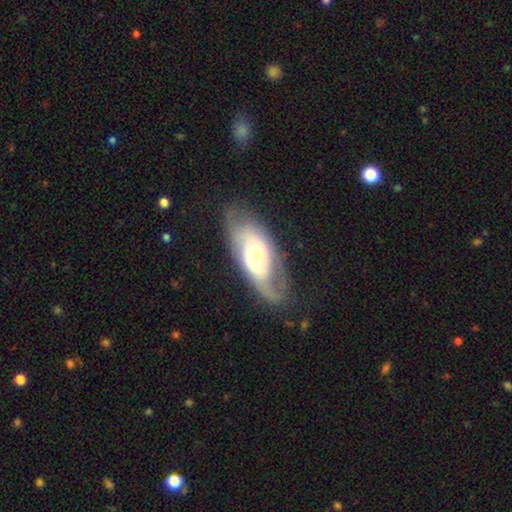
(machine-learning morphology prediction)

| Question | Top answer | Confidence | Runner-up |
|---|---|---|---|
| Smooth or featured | featured or disk | 72% | smooth (22%) |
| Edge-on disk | no | 89% | yes (11%) |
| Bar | no | 53% | weak (34%) |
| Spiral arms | yes | 78% | no (22%) |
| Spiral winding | medium | 40% | tight (37%) |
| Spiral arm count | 2 | 64% | can't tell (23%) |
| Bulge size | moderate | 64% | small (19%) |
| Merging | none | 69% | minor disturbance (19%) |